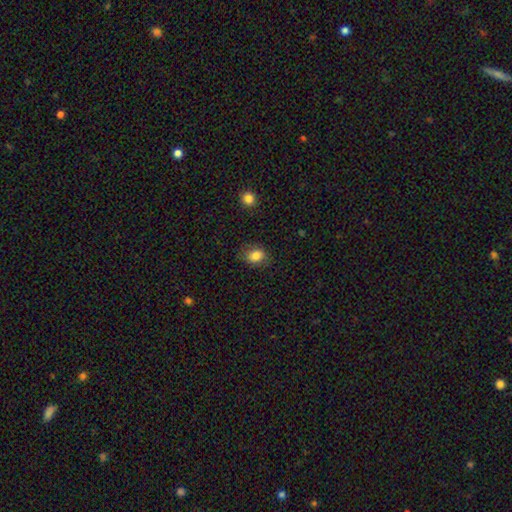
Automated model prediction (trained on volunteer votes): This is clearly a smooth galaxy (83%). How rounded: possibly in between (58%). Merging: likely none (78%).